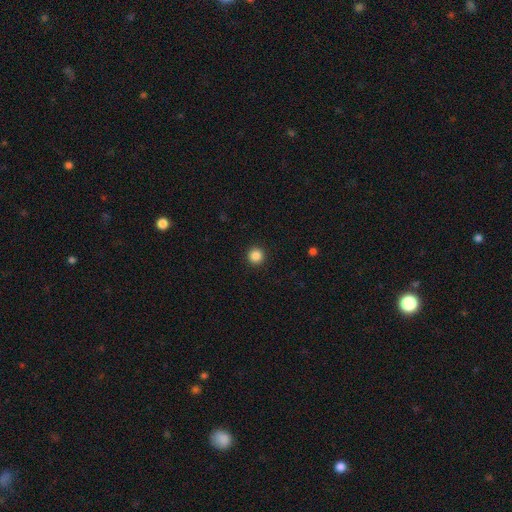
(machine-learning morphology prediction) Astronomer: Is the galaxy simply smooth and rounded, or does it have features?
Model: smooth — 86%.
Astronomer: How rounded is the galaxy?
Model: round — 96%.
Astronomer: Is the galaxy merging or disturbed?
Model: none — 93%.